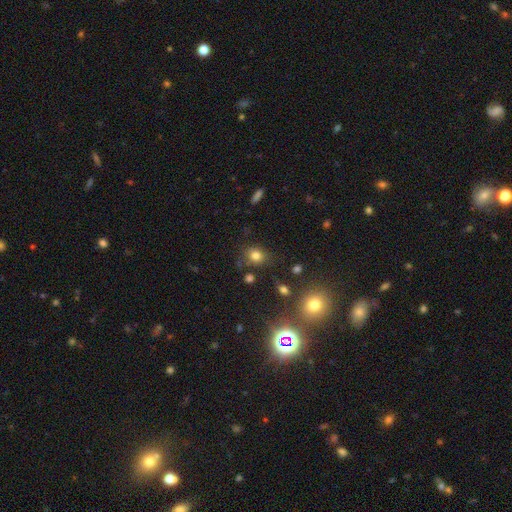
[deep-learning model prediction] Smooth or featured? Predicted: smooth (p=0.76). How rounded? Predicted: round (p=0.64). Merging? Predicted: none (p=0.76).